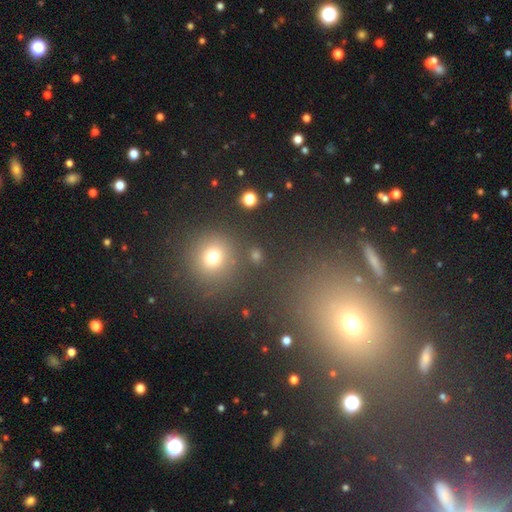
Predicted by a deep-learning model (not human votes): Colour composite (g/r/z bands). It shows a smooth galaxy with no disk features (65%) that is round (80%). Merging: none (83%).